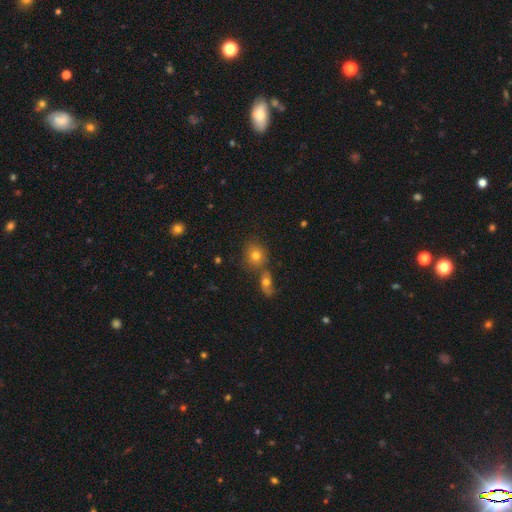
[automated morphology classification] Smooth or featured? Predicted: smooth (p=0.75). How rounded? Predicted: round (p=0.76). Merging? Predicted: none (p=0.60).